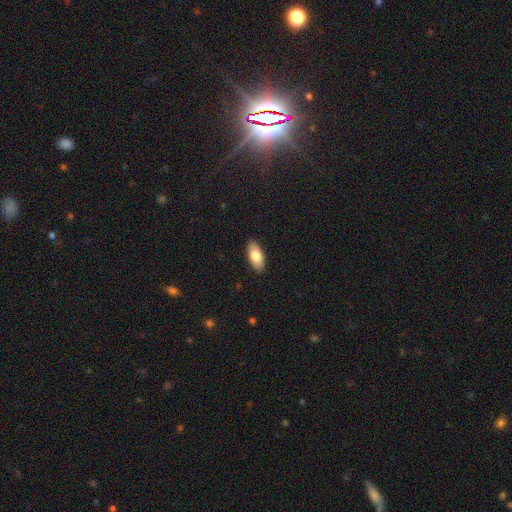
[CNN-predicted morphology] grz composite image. It shows a smooth galaxy with no disk features (81%) that is in between round and cigar-shaped (89%). Merging: none (89%).